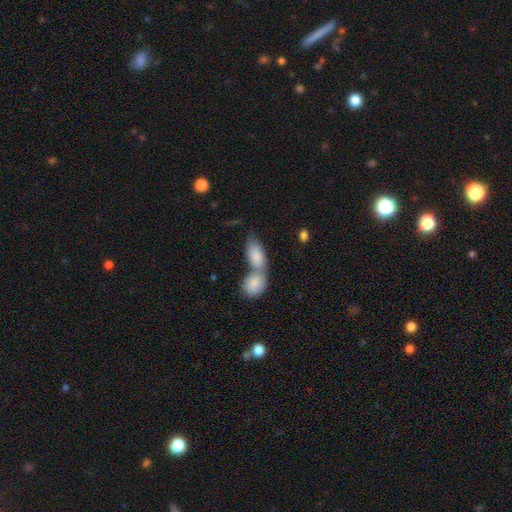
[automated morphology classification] smooth-or-featured: smooth: 85% | featured or disk: 10% | star or artifact: 5%
  how-rounded: in between: 89% | cigar-shaped: 6% | round: 5%
  merging: merger: 66% | none: 23% | minor disturbance: 7% | major disturbance: 3%